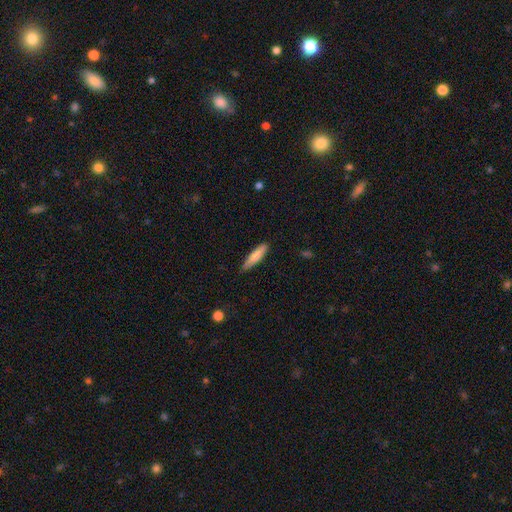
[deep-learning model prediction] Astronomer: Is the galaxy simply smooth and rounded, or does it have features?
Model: smooth — 76%.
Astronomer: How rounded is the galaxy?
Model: cigar-shaped — 81%.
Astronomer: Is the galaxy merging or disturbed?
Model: none — 83%.